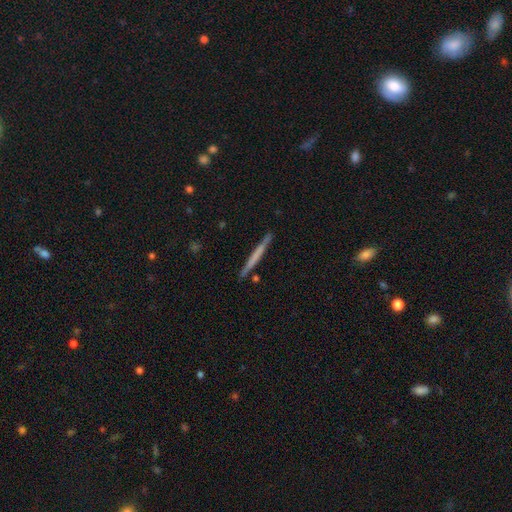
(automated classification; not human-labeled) Overall: smooth (52%; featured or disk 43%). How rounded: cigar-shaped (97%). Merging: none (89%).